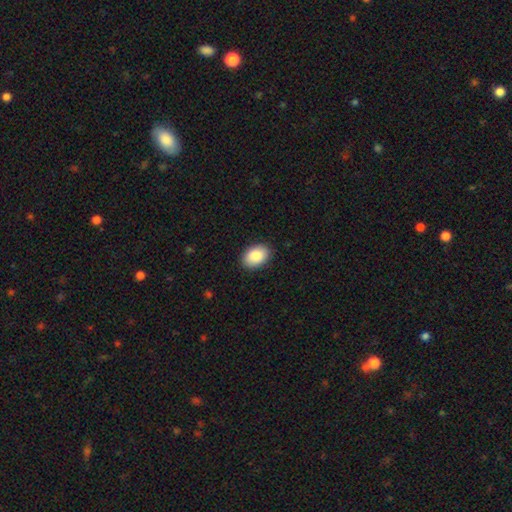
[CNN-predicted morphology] This is clearly a smooth galaxy (87%). How rounded: clearly in between (85%). Merging: clearly none (89%).